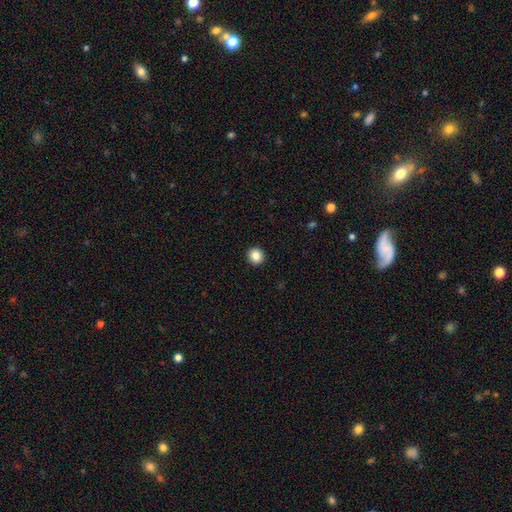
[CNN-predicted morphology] This appears to be a smooth galaxy with no disk features (86%) that is round (91%). Merging: none (93%).